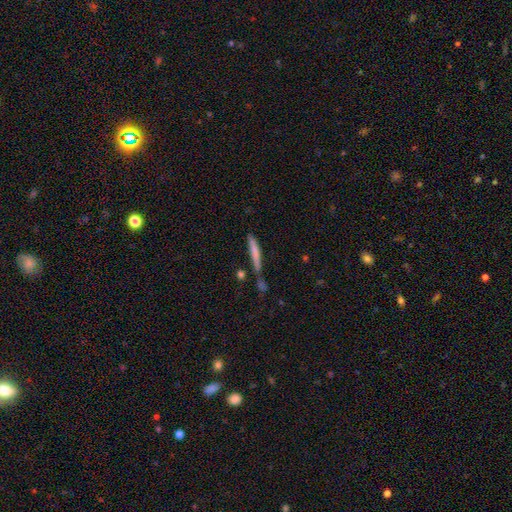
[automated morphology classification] smooth-or-featured: smooth: 61% | featured or disk: 31% | star or artifact: 9%
  how-rounded: cigar-shaped: 94% | in between: 5% | round: 2%
  merging: none: 64% | minor disturbance: 17% | merger: 13% | major disturbance: 6%